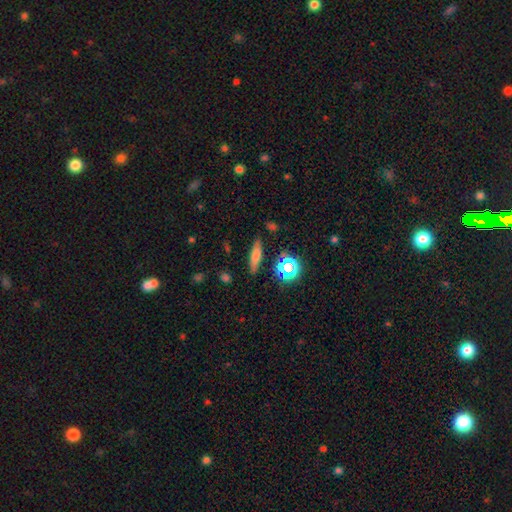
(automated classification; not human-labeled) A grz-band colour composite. It shows a smooth galaxy with no disk features (64%) that is cigar-shaped (62%). Merging: none (84%).